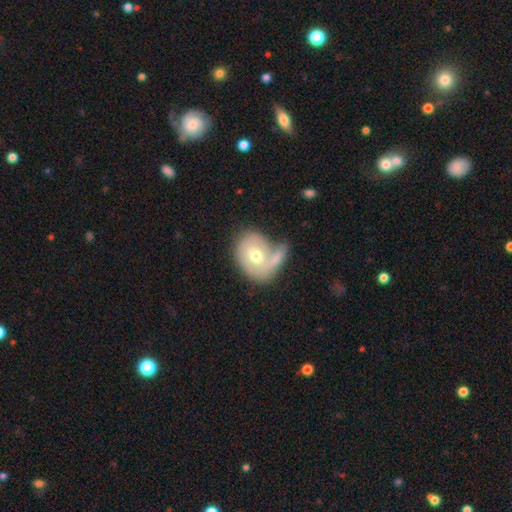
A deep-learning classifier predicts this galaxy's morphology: Smooth or featured? Predicted: featured or disk (p=0.49). Merging? Predicted: merger (p=0.38).